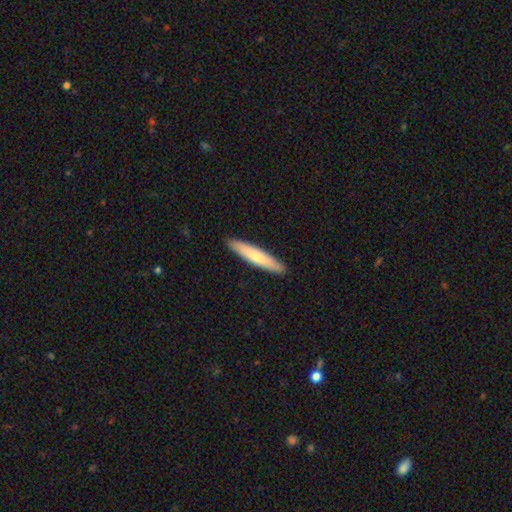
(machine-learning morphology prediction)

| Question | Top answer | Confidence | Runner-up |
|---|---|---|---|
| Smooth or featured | smooth | 71% | featured or disk (25%) |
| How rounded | cigar-shaped | 91% | in between (8%) |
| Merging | none | 92% | minor disturbance (6%) |